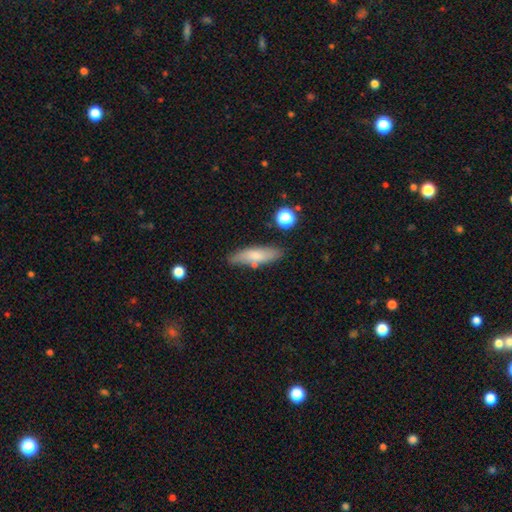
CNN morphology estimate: Smooth or featured?
  - smooth: 74% *
  - featured or disk: 19%
  - star or artifact: 7%
How rounded?
  - cigar-shaped: 60% *
  - in between: 38%
  - round: 2%
Merging?
  - none: 77% *
  - minor disturbance: 14%
  - merger: 5%
  - major disturbance: 3%